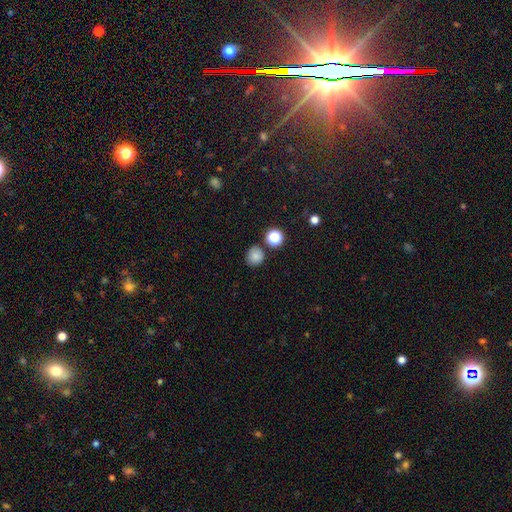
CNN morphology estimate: smooth 82%, star or artifact 13%, featured or disk 5%. Down the decision tree: how rounded — round (85%); merging — none (81%).